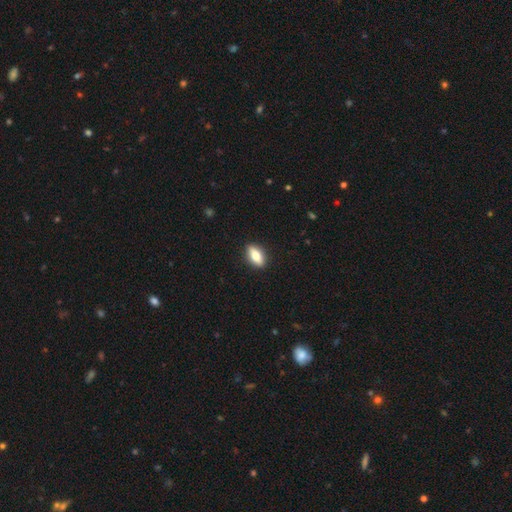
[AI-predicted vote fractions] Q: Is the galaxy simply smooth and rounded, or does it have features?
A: smooth — 67%.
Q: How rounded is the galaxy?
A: in between — 79%.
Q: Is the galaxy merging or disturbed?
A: none — 89%.